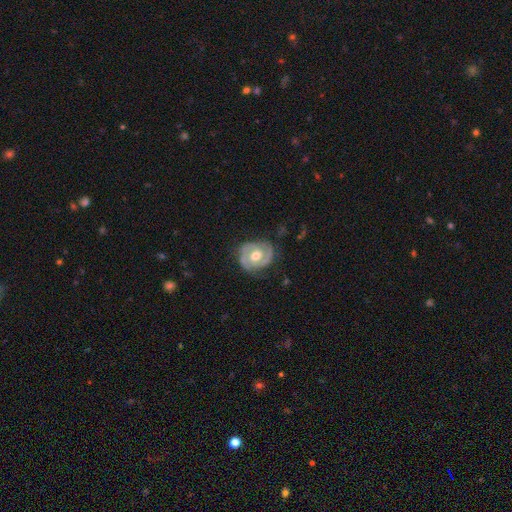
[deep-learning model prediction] The model was most divided on "spiral winding": tight: 50%, medium: 38%, loose: 12%. More confident: edge-on disk — no (97%); spiral arms — yes (90%); smooth or featured — featured or disk (80%); bulge size — moderate (76%); spiral arm count — 2 (75%); merging — none (72%); bar — no (57%).